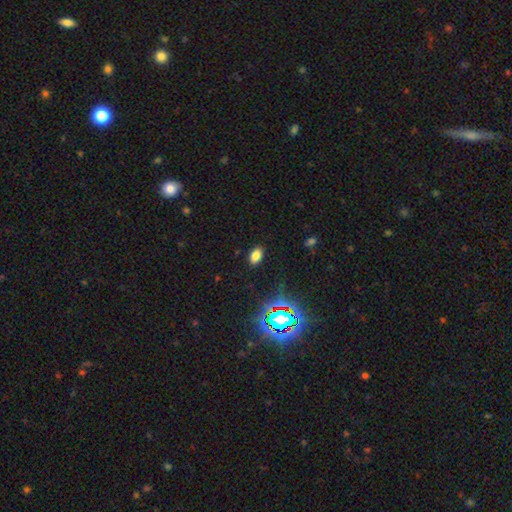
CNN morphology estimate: Smooth or featured? Predicted: smooth (p=0.76). How rounded? Predicted: in between (p=0.90). Merging? Predicted: none (p=0.88).